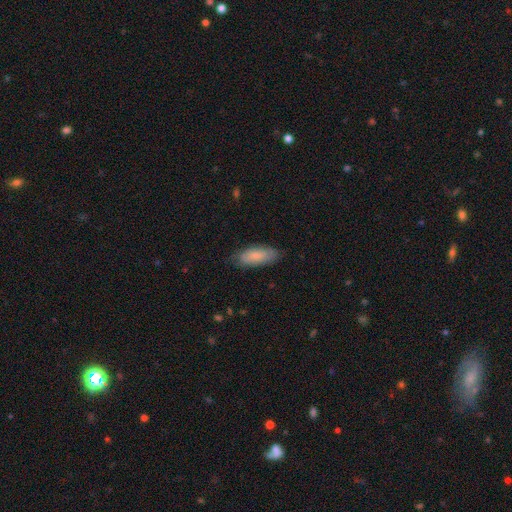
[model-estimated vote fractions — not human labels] Smooth or featured? smooth (83%)
How rounded? in between (76%)
Merging? none (79%)